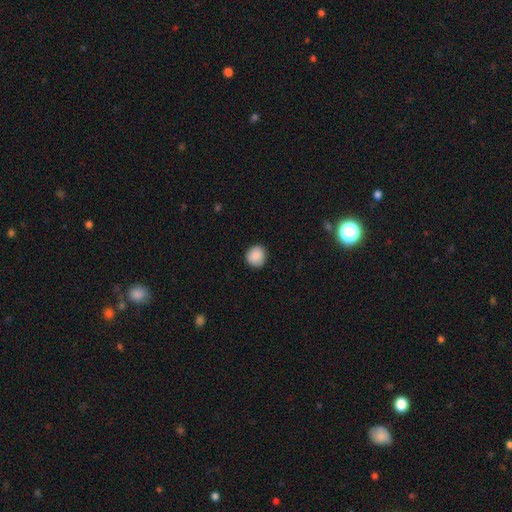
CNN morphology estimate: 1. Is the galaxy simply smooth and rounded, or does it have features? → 89% smooth, 8% star or artifact, 3% featured or disk.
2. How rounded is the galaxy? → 88% round, 11% in between, 1% cigar-shaped.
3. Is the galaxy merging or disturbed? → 89% none, 8% minor disturbance, 2% major disturbance, 1% merger.